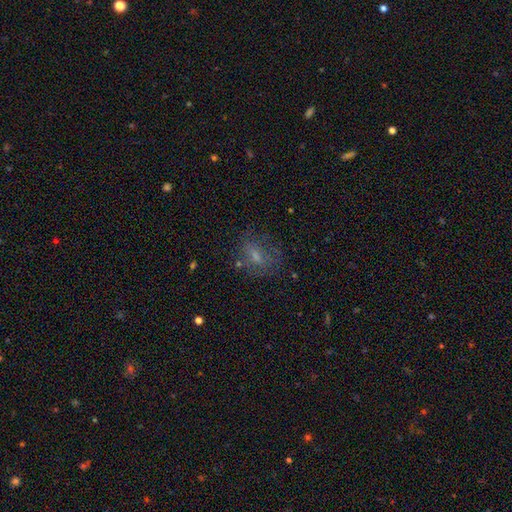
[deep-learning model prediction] Smooth or featured: smooth — 46% (featured or disk — 35%)
Merging: none — 61% (minor disturbance — 20%)